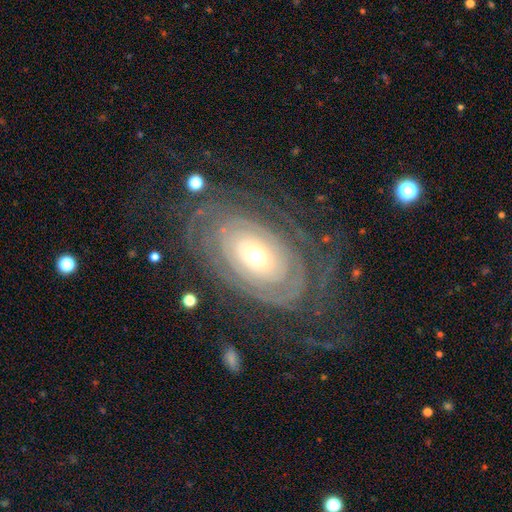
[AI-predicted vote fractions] Q: Smooth or featured?
A: featured or disk (84%); runner-up: smooth (10%)
Q: Edge-on disk?
A: no (94%); runner-up: yes (6%)
Q: Bar?
A: no (78%); runner-up: weak (14%)
Q: Spiral arms?
A: yes (87%); runner-up: no (13%)
Q: Spiral winding?
A: tight (79%); runner-up: medium (14%)
Q: Spiral arm count?
A: can't tell (45%); runner-up: 2 (18%)
Q: Bulge size?
A: moderate (53%); runner-up: small (36%)
Q: Merging?
A: none (69%); runner-up: major disturbance (15%)